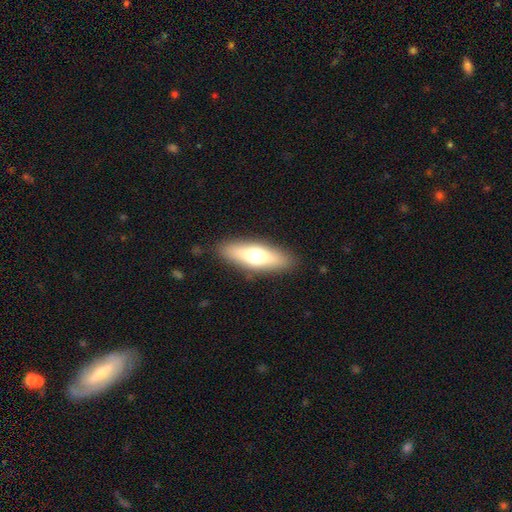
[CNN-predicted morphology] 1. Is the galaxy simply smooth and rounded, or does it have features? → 58% smooth, 35% featured or disk, 8% star or artifact.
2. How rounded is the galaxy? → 52% in between, 45% cigar-shaped, 3% round.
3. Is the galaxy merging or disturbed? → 88% none, 8% minor disturbance, 3% major disturbance, 1% merger.